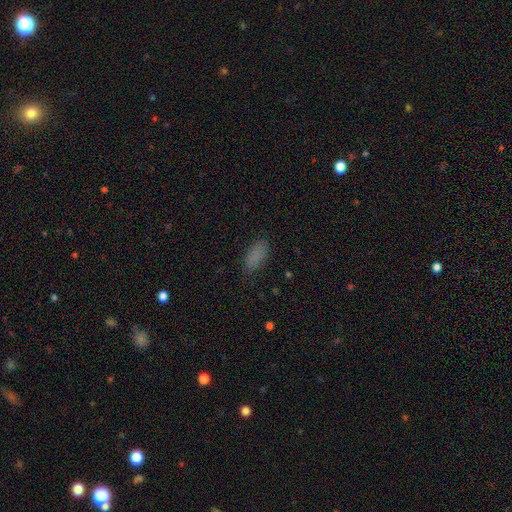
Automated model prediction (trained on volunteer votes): smooth 84%, star or artifact 11%, featured or disk 6%. Down the decision tree: how rounded — in between (84%); merging — none (80%).